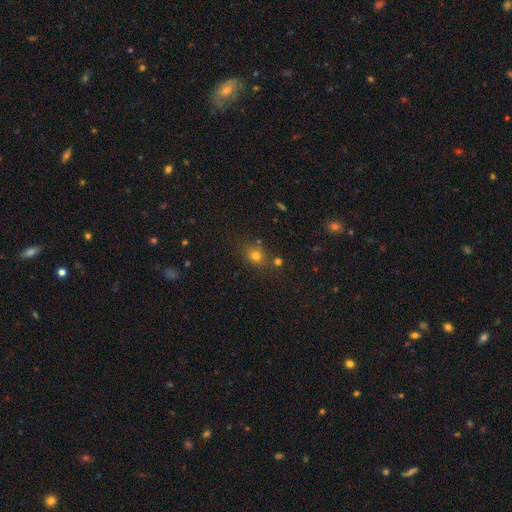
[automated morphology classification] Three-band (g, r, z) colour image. It shows a smooth galaxy with no disk features (72%) that is round (61%). Merging: none (72%).